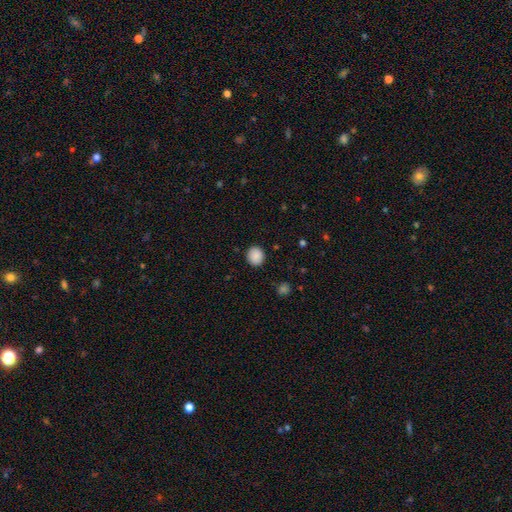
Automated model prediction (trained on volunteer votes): Smooth or featured: smooth — 89% (star or artifact — 8%)
How rounded: round — 83% (in between — 16%)
Merging: none — 90% (minor disturbance — 7%)